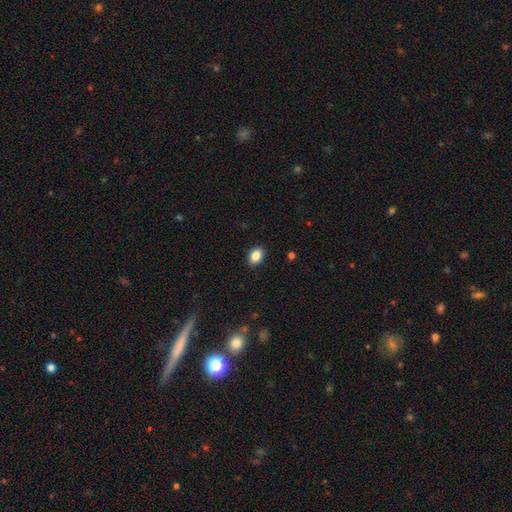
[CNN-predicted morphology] A smooth galaxy with no disk features (87%) that is in between round and cigar-shaped (77%).

Vote fractions:
- Smooth or featured? smooth: 87% / star or artifact: 9% / featured or disk: 5%
- How rounded? in between: 77% / round: 22% / cigar-shaped: 1%
- Merging? none: 90% / minor disturbance: 7% / major disturbance: 2% / merger: 1%